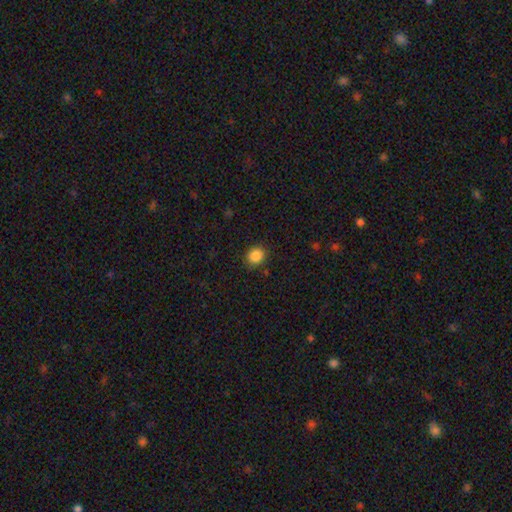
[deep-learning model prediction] Morphology: type=smooth (87%); roundness=round (76%); merging=none (87%).